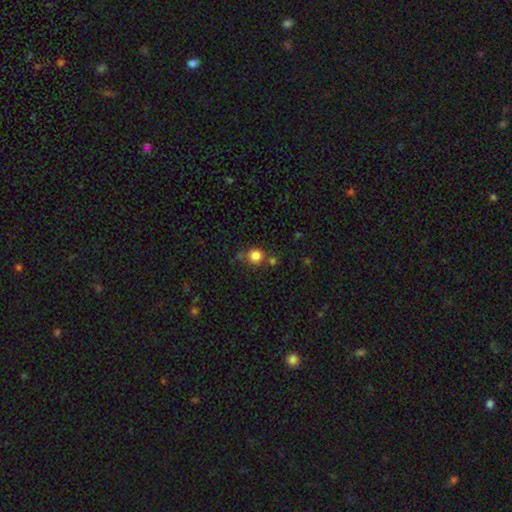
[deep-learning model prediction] A smooth galaxy with no disk features (83%) that is round (89%). Merging: none (70%).